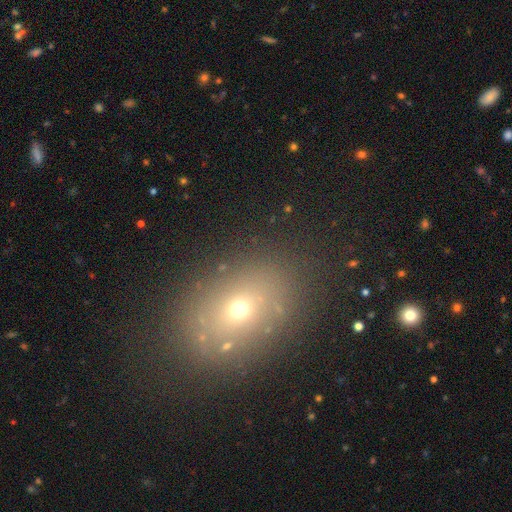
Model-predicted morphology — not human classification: smooth_or_featured: smooth (p=0.59) [alt: star or artifact p=0.22]
how_rounded: in between (p=0.70) [alt: round p=0.28]
merging: none (p=0.80) [alt: minor disturbance p=0.12]